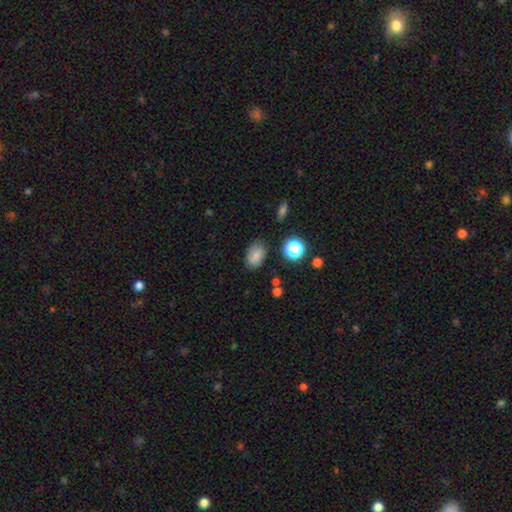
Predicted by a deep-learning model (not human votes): Smooth or featured? Predicted: smooth (p=0.72). How rounded? Predicted: in between (p=0.83). Merging? Predicted: none (p=0.75).